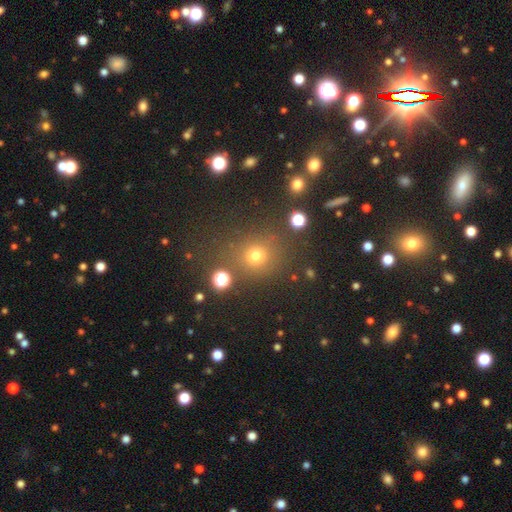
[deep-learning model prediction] Smooth or featured?
  - smooth: 67% *
  - star or artifact: 25%
  - featured or disk: 8%
How rounded?
  - round: 85% *
  - in between: 14%
  - cigar-shaped: 1%
Merging?
  - none: 80% *
  - minor disturbance: 10%
  - merger: 5%
  - major disturbance: 5%